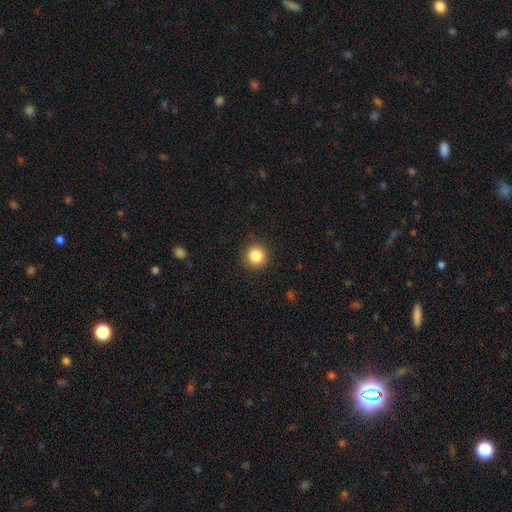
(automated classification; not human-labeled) The model was most divided on "smooth or featured": smooth: 85%, star or artifact: 10%, featured or disk: 5%. More confident: how rounded — round (94%); merging — none (91%).